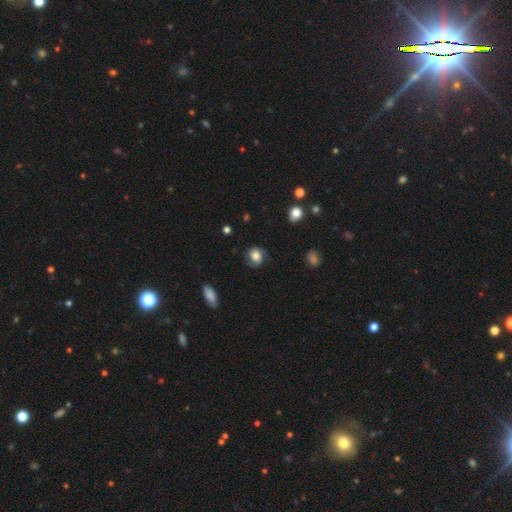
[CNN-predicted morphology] Smooth or featured? Predicted: smooth (p=0.51). How rounded? Predicted: round (p=0.74). Merging? Predicted: none (p=0.71).